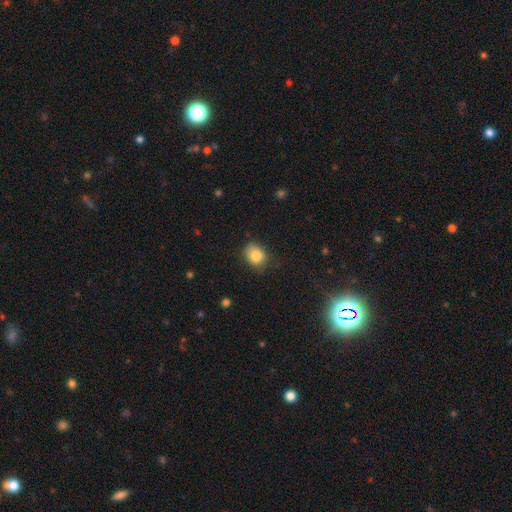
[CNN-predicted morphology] Smooth or featured?
  - smooth: 84% *
  - star or artifact: 9%
  - featured or disk: 7%
How rounded?
  - round: 53% *
  - in between: 46%
  - cigar-shaped: 1%
Merging?
  - none: 60% *
  - minor disturbance: 30%
  - major disturbance: 8%
  - merger: 2%